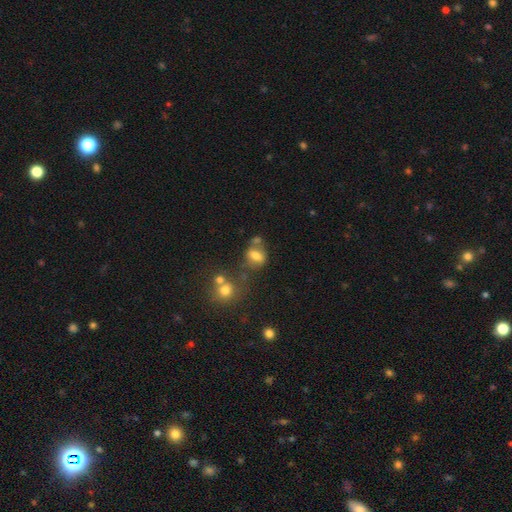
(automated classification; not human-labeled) A smooth galaxy with no disk features (70%) that is in between round and cigar-shaped (70%).

Vote fractions:
- Smooth or featured? smooth: 70% / featured or disk: 17% / star or artifact: 13%
- How rounded? in between: 70% / round: 28% / cigar-shaped: 3%
- Merging? none: 49% / merger: 23% / minor disturbance: 19% / major disturbance: 9%